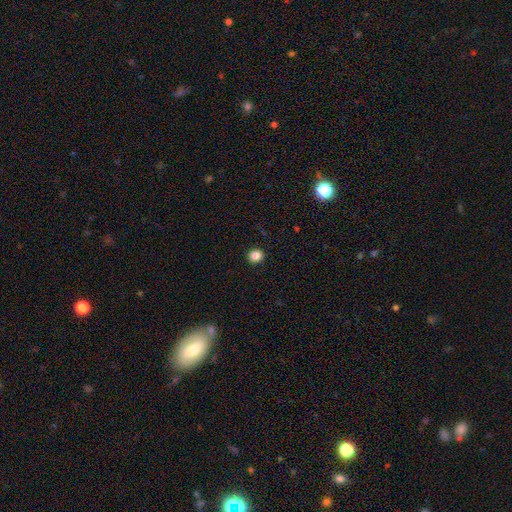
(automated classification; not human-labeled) Smooth or featured? Predicted: smooth (p=0.85). How rounded? Predicted: round (p=0.82). Merging? Predicted: none (p=0.92).